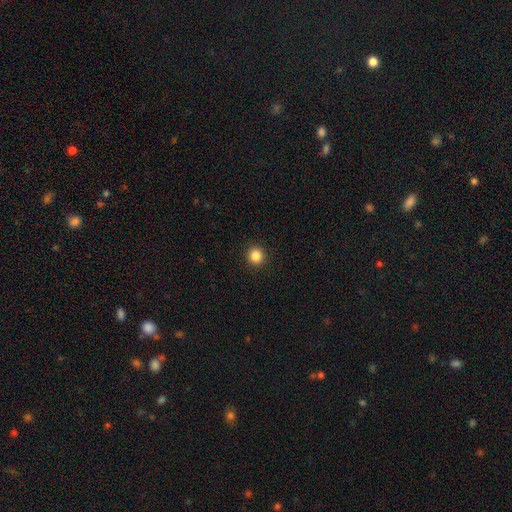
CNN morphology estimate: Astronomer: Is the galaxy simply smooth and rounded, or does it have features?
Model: smooth — 85%.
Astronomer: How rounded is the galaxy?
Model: round — 93%.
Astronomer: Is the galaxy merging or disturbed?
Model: none — 93%.